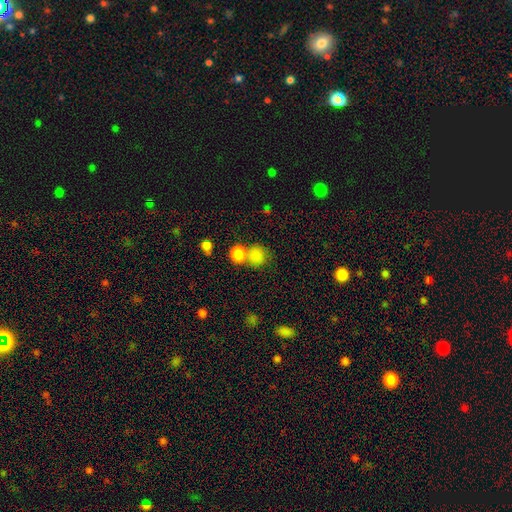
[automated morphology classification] smooth-or-featured: smooth: 82% | star or artifact: 12% | featured or disk: 6%
  how-rounded: round: 83% | in between: 16% | cigar-shaped: 1%
  merging: none: 54% | merger: 31% | minor disturbance: 10% | major disturbance: 5%